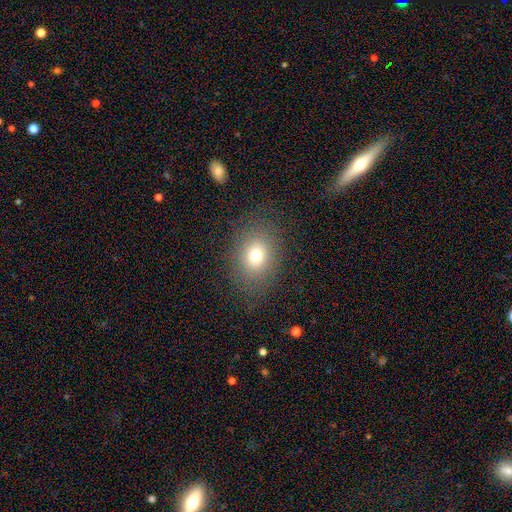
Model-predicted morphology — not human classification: Q: Smooth or featured?
A: smooth (74%); runner-up: star or artifact (14%)
Q: How rounded?
A: in between (55%); runner-up: round (43%)
Q: Merging?
A: none (82%); runner-up: minor disturbance (11%)